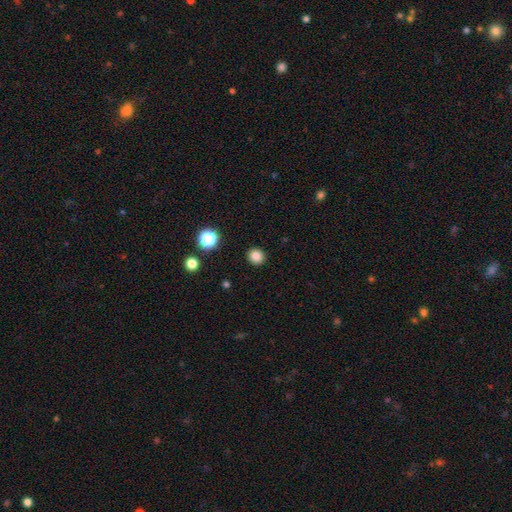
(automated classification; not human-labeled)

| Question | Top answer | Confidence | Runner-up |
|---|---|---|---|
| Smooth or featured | smooth | 84% | star or artifact (12%) |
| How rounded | round | 88% | in between (11%) |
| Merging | none | 92% | minor disturbance (5%) |